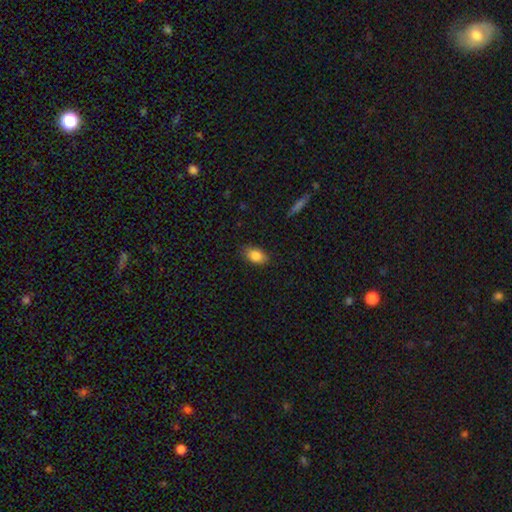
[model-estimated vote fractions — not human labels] Smooth or featured? Predicted: smooth (p=0.84). How rounded? Predicted: in between (p=0.88). Merging? Predicted: none (p=0.84).